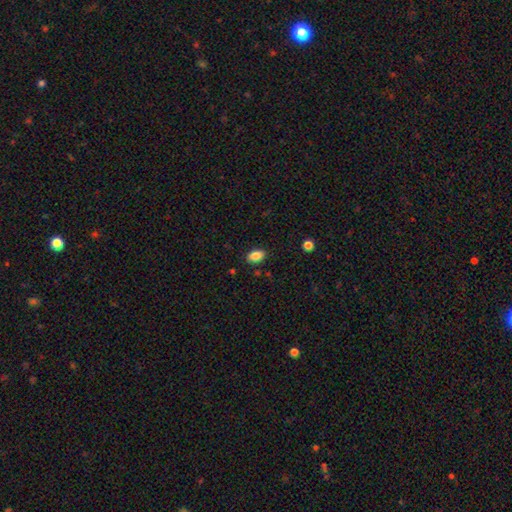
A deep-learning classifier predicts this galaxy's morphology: type=smooth (86%); roundness=in between (91%); merging=none (86%).